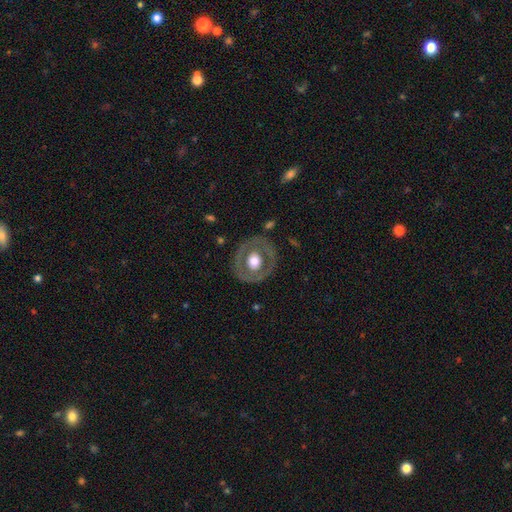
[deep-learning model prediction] A featured or disk galaxy (59%) with no bar (83%), no spiral arms (86%) and a moderate central bulge (53%). Merging: none (81%).